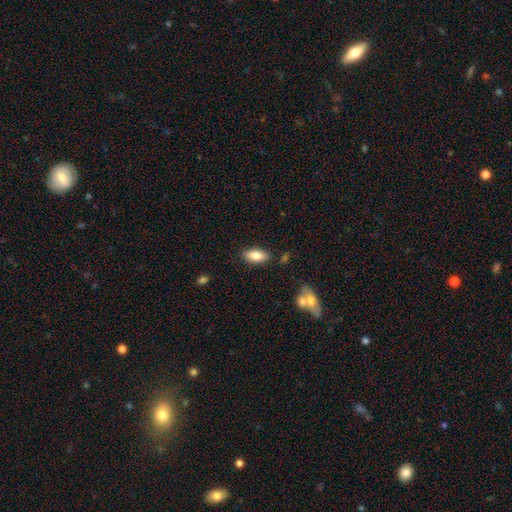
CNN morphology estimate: type=smooth (80%); roundness=in between (87%); merging=none (84%).